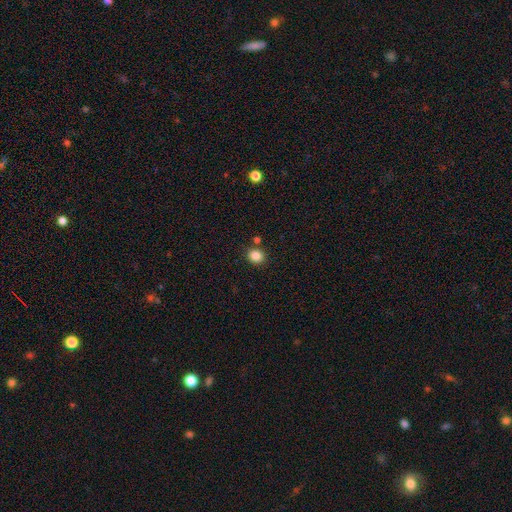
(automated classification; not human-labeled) This is clearly a smooth galaxy (85%). How rounded: likely round (76%). Merging: clearly none (84%).